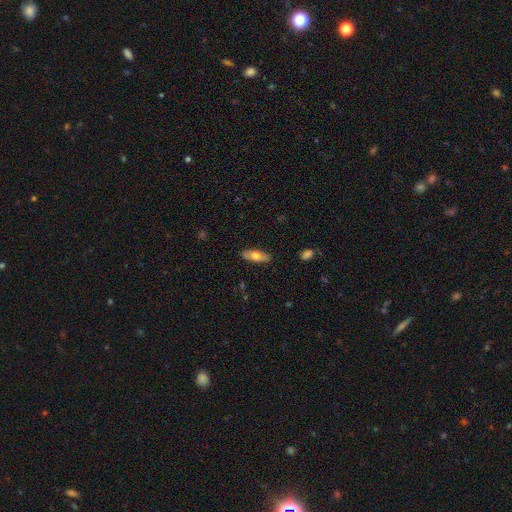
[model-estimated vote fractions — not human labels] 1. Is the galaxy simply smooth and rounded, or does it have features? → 63% smooth, 31% featured or disk, 6% star or artifact.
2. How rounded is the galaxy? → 68% in between, 29% cigar-shaped, 3% round.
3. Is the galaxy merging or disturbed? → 87% none, 10% minor disturbance, 2% major disturbance, 1% merger.